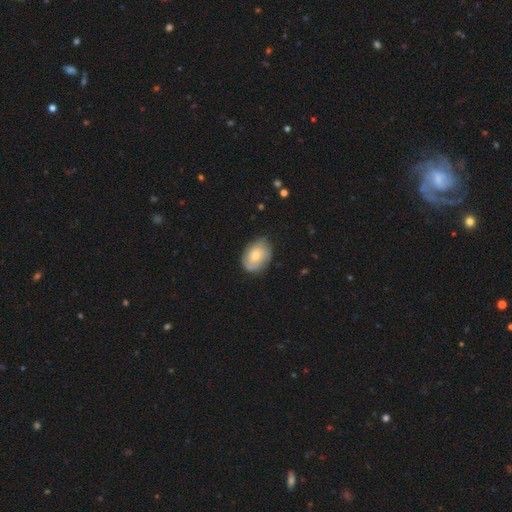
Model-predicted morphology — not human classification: smooth 53%, featured or disk 41%, star or artifact 6%. Down the decision tree: how rounded — in between (75%); merging — none (71%).